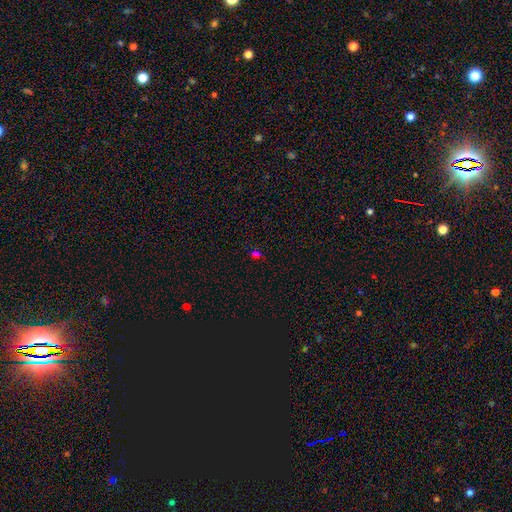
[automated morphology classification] This appears to be a smooth galaxy with no disk features (52%) that is in between round and cigar-shaped (59%). Merging: none (71%).